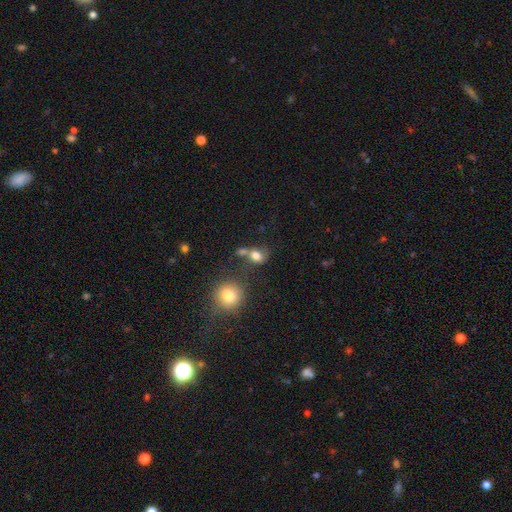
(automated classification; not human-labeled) The model was most divided on "how rounded" (2-way tie): round: 49%, in between: 49%, cigar-shaped: 2%. Remaining: smooth or featured — smooth (76%); merging — none (41%).